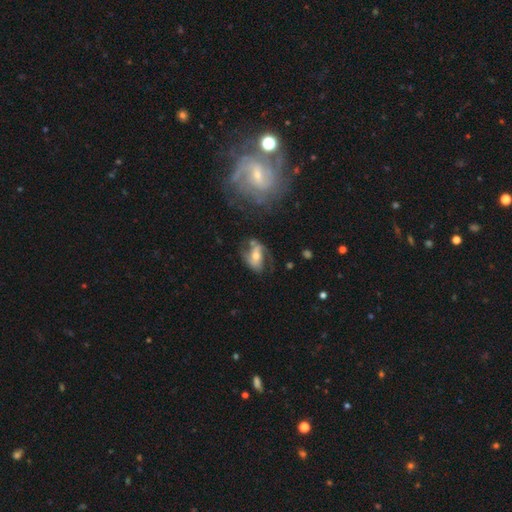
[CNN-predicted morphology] featured or disk 67%, smooth 26%, star or artifact 8%. Down the decision tree: edge-on disk — no (94%); bar — no (39%); spiral arms — yes (82%); spiral arm count — 2 (79%); spiral winding — loose (45%); bulge size — moderate (61%); merging — none (51%).